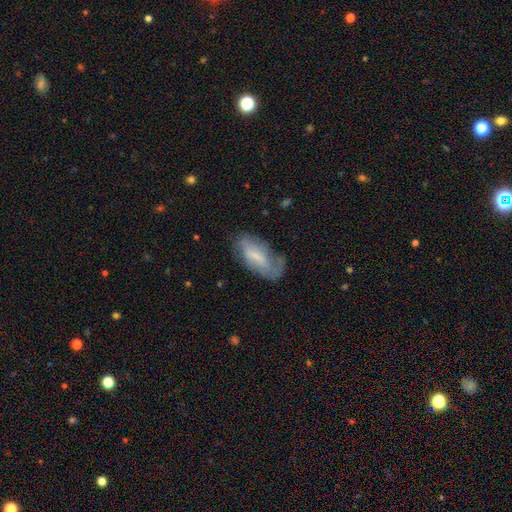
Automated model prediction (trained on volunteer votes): Smooth or featured? Predicted: smooth (p=0.49). Merging? Predicted: none (p=0.57).